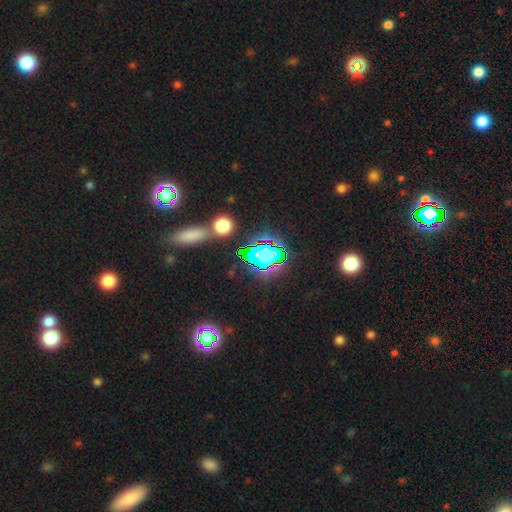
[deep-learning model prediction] A star or artifact, not a galaxy (70%).

Vote fractions:
- Smooth or featured? star or artifact: 70% / smooth: 20% / featured or disk: 11%